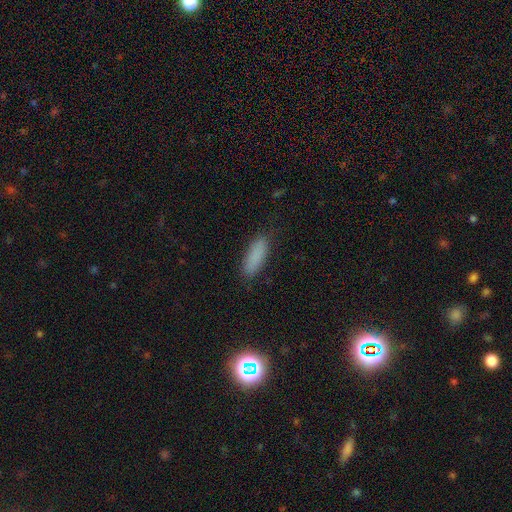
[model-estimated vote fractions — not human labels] smooth 85%, star or artifact 9%, featured or disk 6%. Down the decision tree: how rounded — cigar-shaped (50%); merging — none (84%).